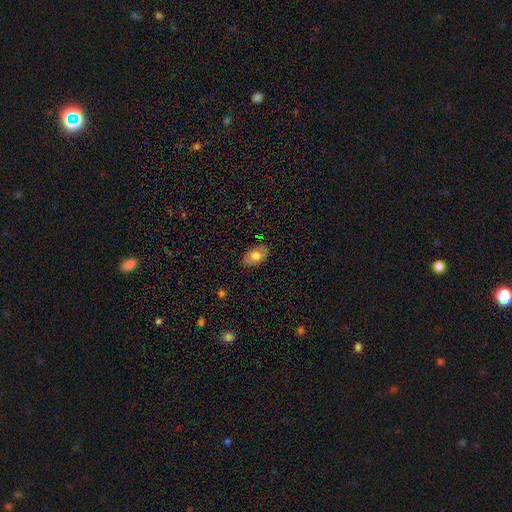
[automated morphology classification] smooth_or_featured: smooth (p=0.73) [alt: featured or disk p=0.19]
how_rounded: in between (p=0.89) [alt: round p=0.09]
merging: none (p=0.84) [alt: minor disturbance p=0.12]